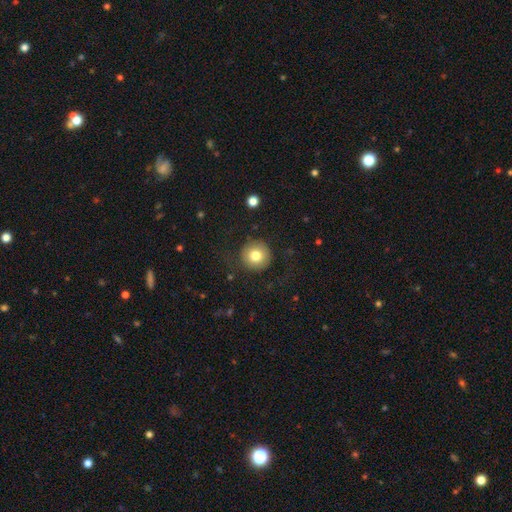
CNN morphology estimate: type=smooth (78%); roundness=round (95%); merging=none (81%).